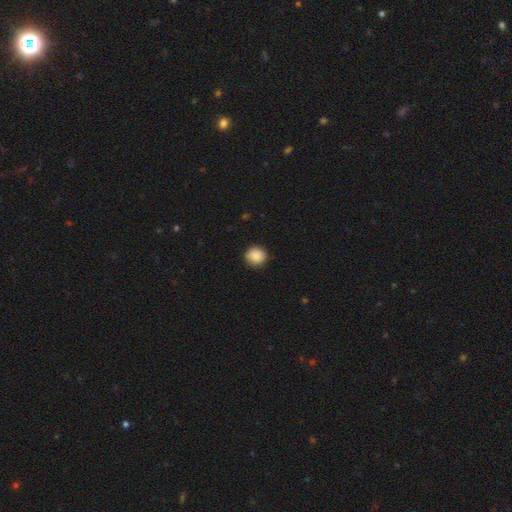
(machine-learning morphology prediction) This is clearly a smooth galaxy (89%). How rounded: clearly round (88%). Merging: clearly none (89%).